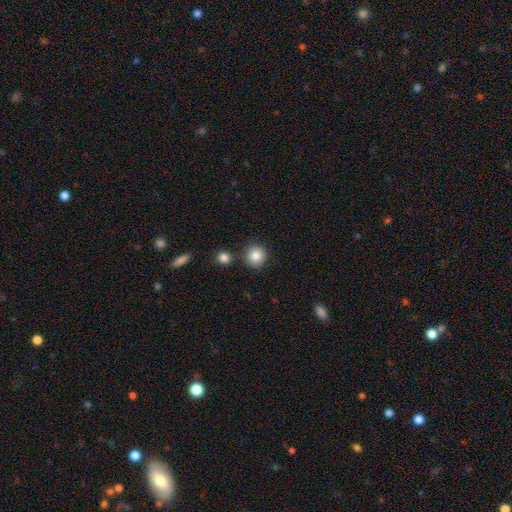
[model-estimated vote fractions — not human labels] Smooth or featured: smooth — 85% (star or artifact — 9%)
How rounded: round — 93% (in between — 6%)
Merging: none — 84% (minor disturbance — 7%)